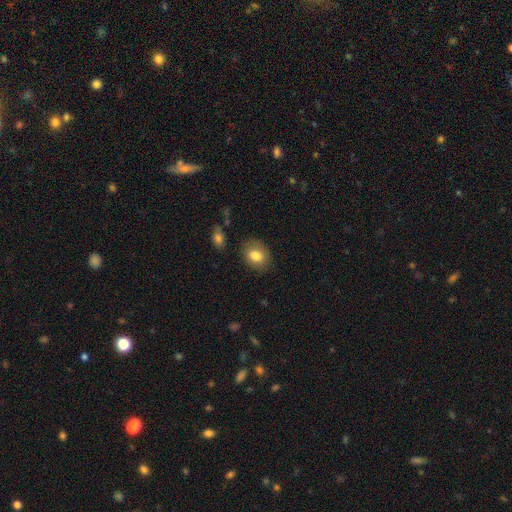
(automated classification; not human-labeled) A smooth galaxy with no disk features (80%) that is in between round and cigar-shaped (55%).

Vote fractions:
- Smooth or featured? smooth: 80% / featured or disk: 11% / star or artifact: 8%
- How rounded? in between: 55% / round: 44% / cigar-shaped: 1%
- Merging? none: 82% / minor disturbance: 13% / major disturbance: 4% / merger: 2%